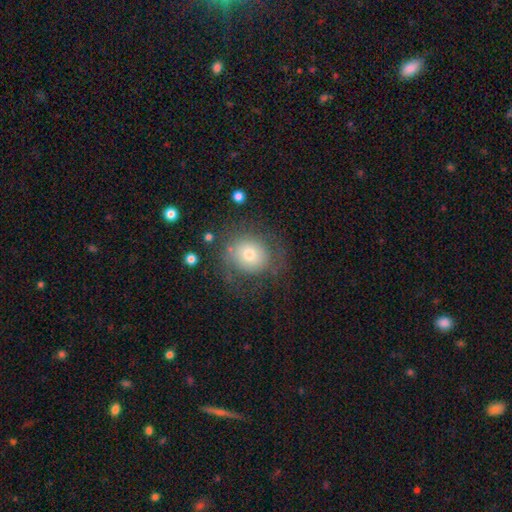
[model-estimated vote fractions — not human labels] Smooth or featured: smooth — 54% (featured or disk — 33%)
How rounded: round — 79% (in between — 20%)
Merging: none — 65% (minor disturbance — 17%)